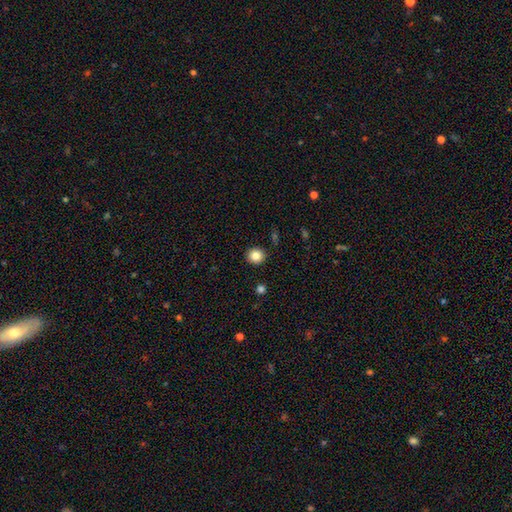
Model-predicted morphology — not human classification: This is clearly a smooth galaxy (84%). How rounded: clearly round (88%). Merging: clearly none (91%).